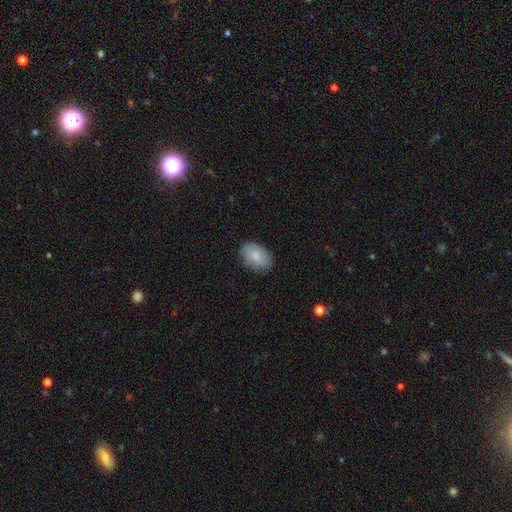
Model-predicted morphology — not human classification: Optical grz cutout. It shows a smooth galaxy with no disk features (85%) that is in between round and cigar-shaped (87%). Merging: none (83%).